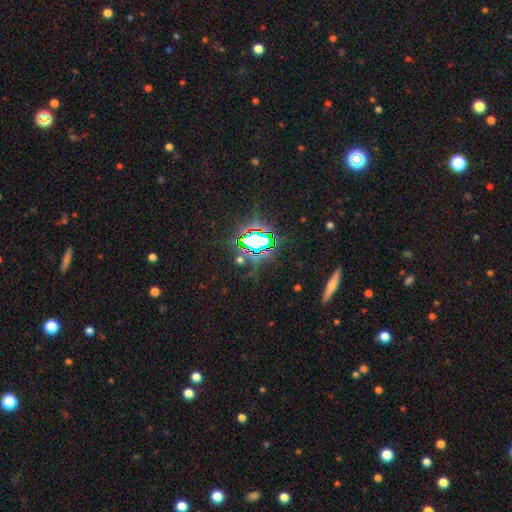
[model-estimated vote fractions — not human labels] The model was most divided on "smooth or featured": star or artifact: 73%, smooth: 15%, featured or disk: 12%.